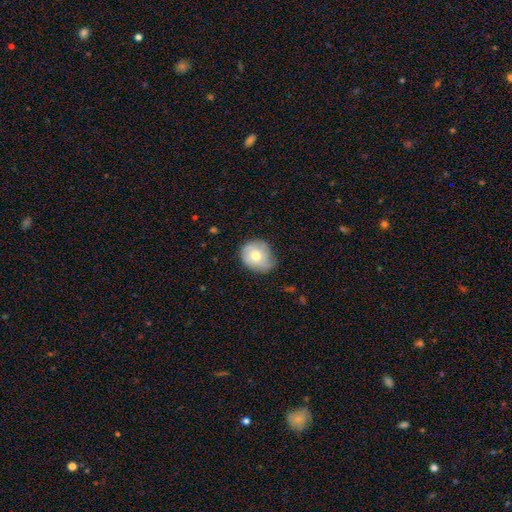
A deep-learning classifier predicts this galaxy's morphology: type=smooth (68%); roundness=round (70%); merging=none (60%).